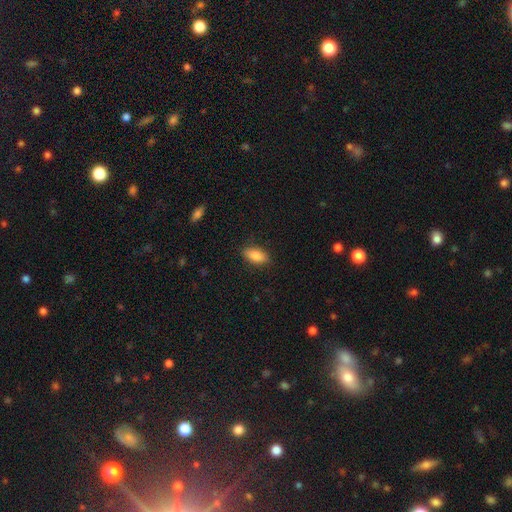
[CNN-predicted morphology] Smooth or featured? Predicted: smooth (p=0.85). How rounded? Predicted: in between (p=0.87). Merging? Predicted: none (p=0.86).